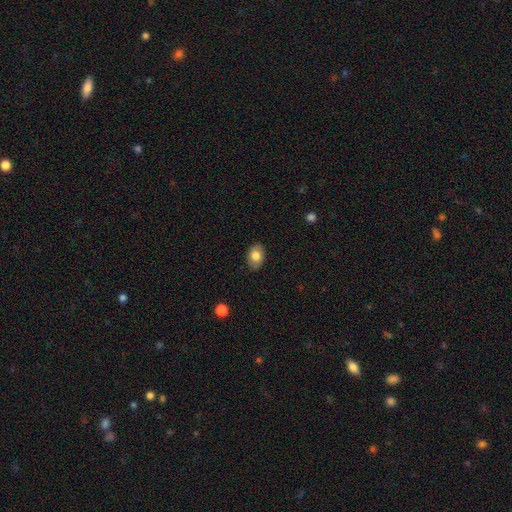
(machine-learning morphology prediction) The model was most divided on "how rounded": in between: 80%, round: 19%, cigar-shaped: 1%. More confident: merging — none (85%); smooth or featured — smooth (81%).